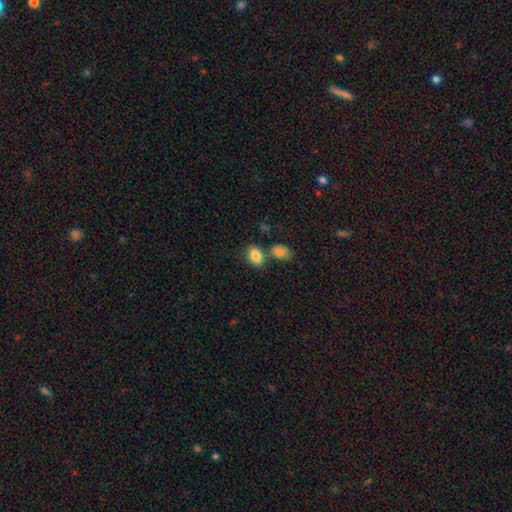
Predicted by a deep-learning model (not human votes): Morphology: type=smooth (84%); roundness=in between (82%); merging=none (57%).